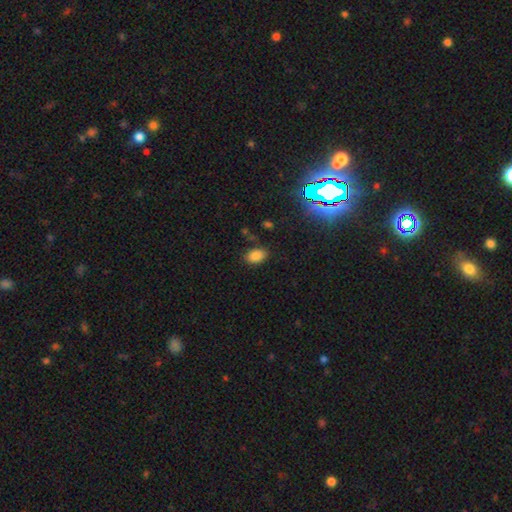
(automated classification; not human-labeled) Overall: smooth (81%). How rounded: in between (84%). Merging: none (80%).